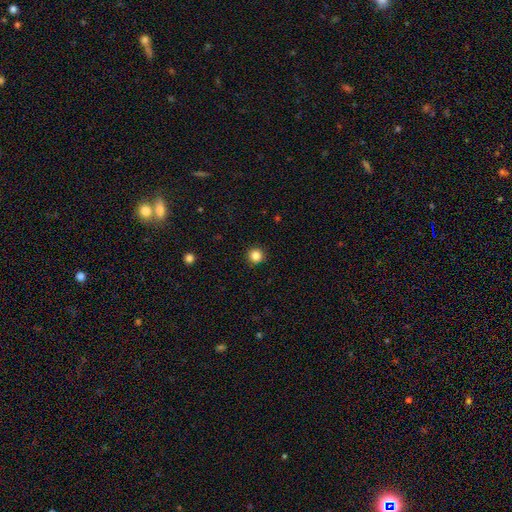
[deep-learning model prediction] A smooth galaxy with no disk features (85%) that is round (95%). Merging: none (92%).